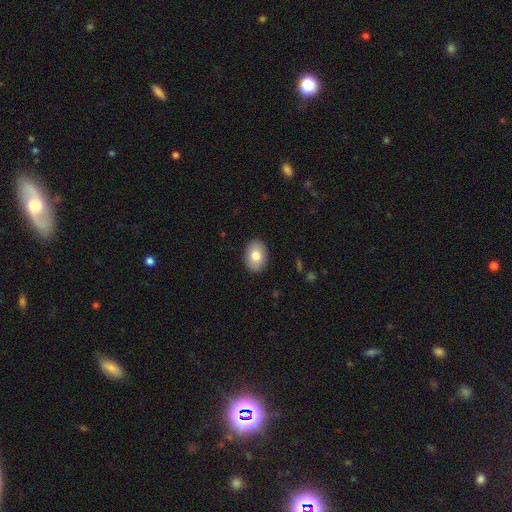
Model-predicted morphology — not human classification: A smooth galaxy with no disk features (81%) that is in between round and cigar-shaped (80%).

Vote fractions:
- Smooth or featured? smooth: 81% / featured or disk: 12% / star or artifact: 7%
- How rounded? in between: 80% / round: 19% / cigar-shaped: 1%
- Merging? none: 90% / minor disturbance: 7% / major disturbance: 2% / merger: 1%